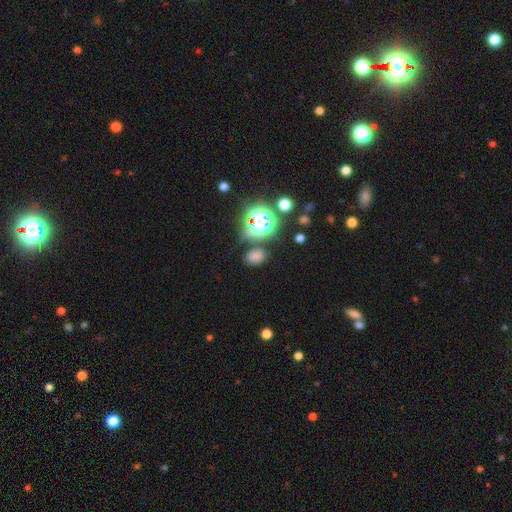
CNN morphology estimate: smooth-or-featured: smooth: 63% | star or artifact: 30% | featured or disk: 7%
  how-rounded: in between: 62% | round: 36% | cigar-shaped: 1%
  merging: none: 74% | minor disturbance: 14% | merger: 6% | major disturbance: 5%